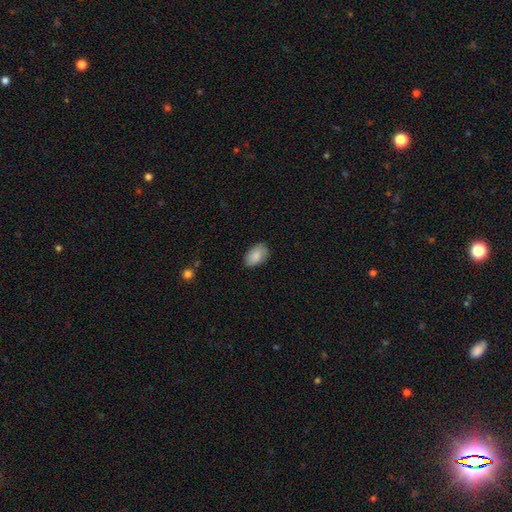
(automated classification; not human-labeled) Morphology: type=smooth (87%); roundness=in between (92%); merging=none (83%).